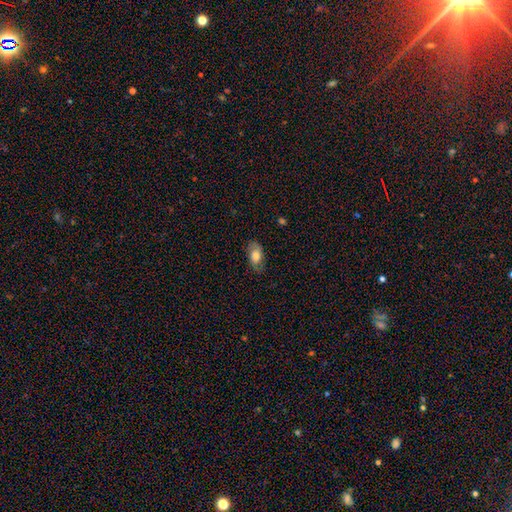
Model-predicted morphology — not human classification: This is likely a smooth galaxy (70%). How rounded: clearly in between (90%). Merging: likely none (72%).